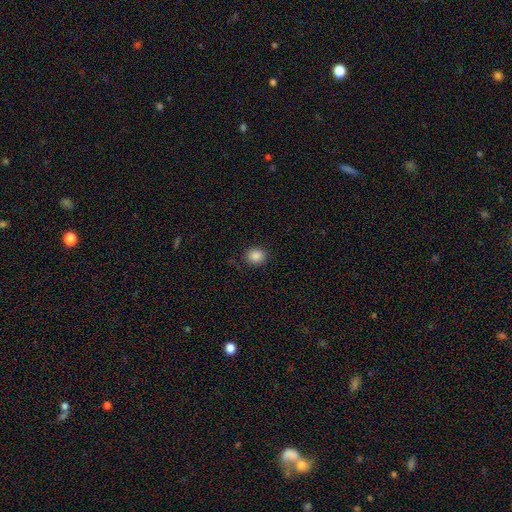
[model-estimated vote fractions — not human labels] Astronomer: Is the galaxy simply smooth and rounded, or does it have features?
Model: smooth — 86%.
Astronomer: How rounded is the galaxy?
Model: round — 77%.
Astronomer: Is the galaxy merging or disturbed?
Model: none — 87%.